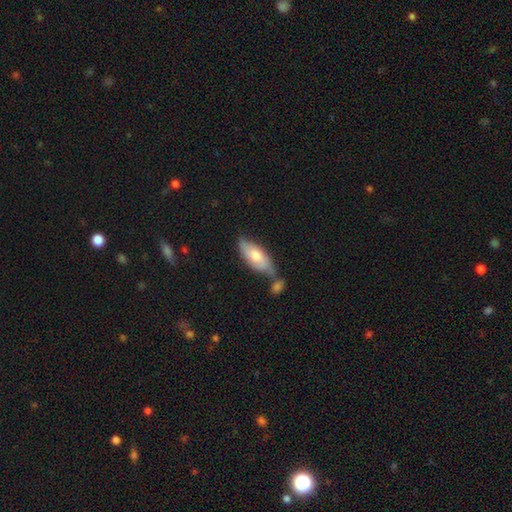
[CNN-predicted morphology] smooth-or-featured: smooth: 63% | featured or disk: 31% | star or artifact: 6%
  how-rounded: in between: 80% | cigar-shaped: 18% | round: 2%
  merging: none: 49% | merger: 23% | minor disturbance: 22% | major disturbance: 6%